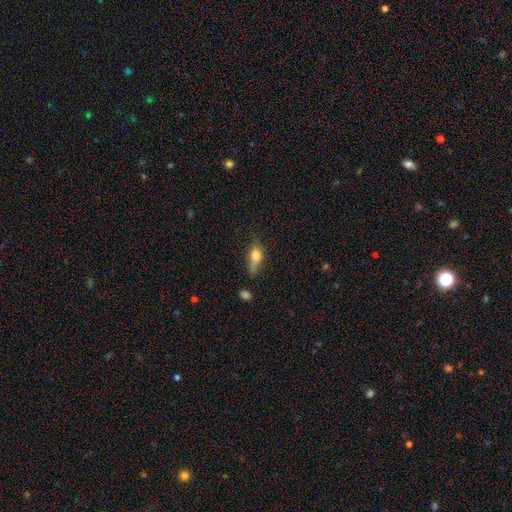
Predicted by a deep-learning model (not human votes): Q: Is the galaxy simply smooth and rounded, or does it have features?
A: smooth — 73%.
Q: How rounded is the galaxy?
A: in between — 73%.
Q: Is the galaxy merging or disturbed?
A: none — 47%.